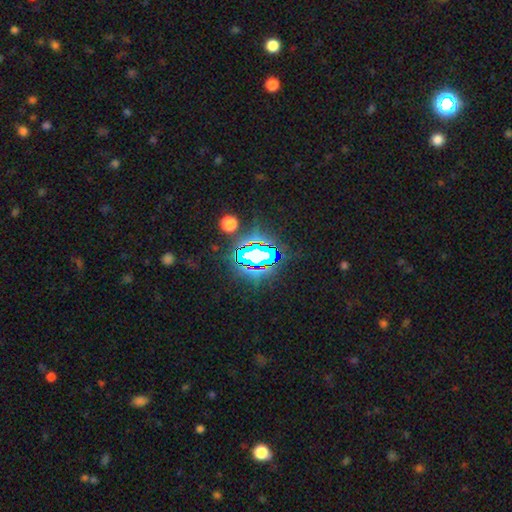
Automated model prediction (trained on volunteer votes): smooth-or-featured: star or artifact: 73% | smooth: 14% | featured or disk: 13%